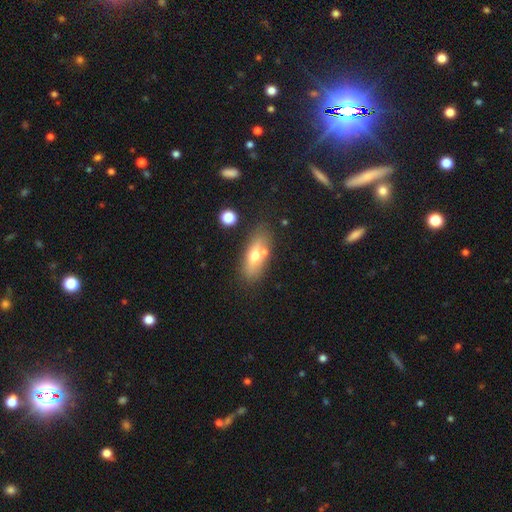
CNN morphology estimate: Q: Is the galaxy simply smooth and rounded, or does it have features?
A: smooth — 61%.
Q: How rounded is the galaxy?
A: in between — 73%.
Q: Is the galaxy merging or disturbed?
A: none — 67%.